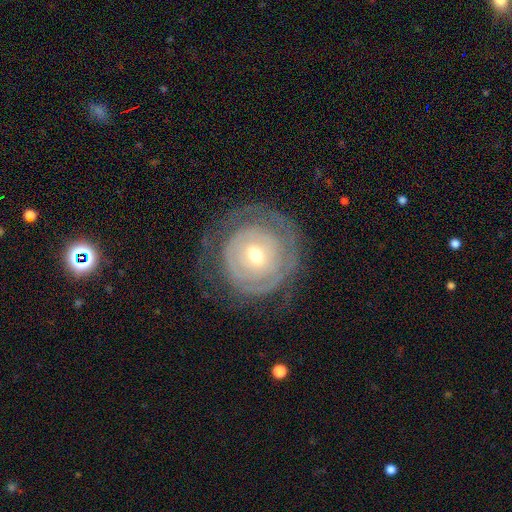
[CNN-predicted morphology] Overall: featured or disk (77%). Edge-on disk: no (97%). Bar: no (65%; weak 26%). Spiral arms: yes (76%). Spiral arm count: can't tell (45%; 2 24%). Spiral winding: tight (81%). Bulge size: moderate (54%; small 41%). Merging: none (74%).